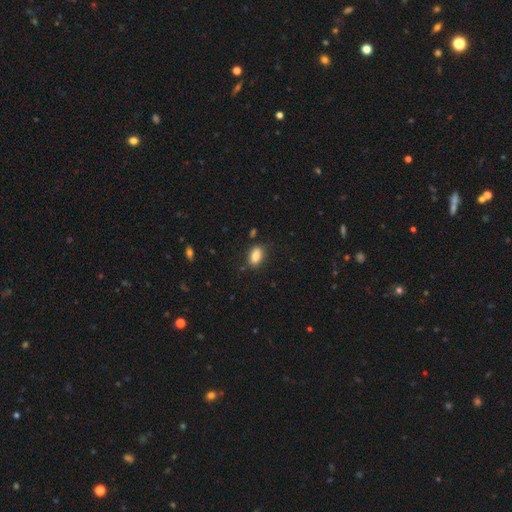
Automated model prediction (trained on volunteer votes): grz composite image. It shows a smooth galaxy with no disk features (84%) that is in between round and cigar-shaped (87%). Merging: none (81%).